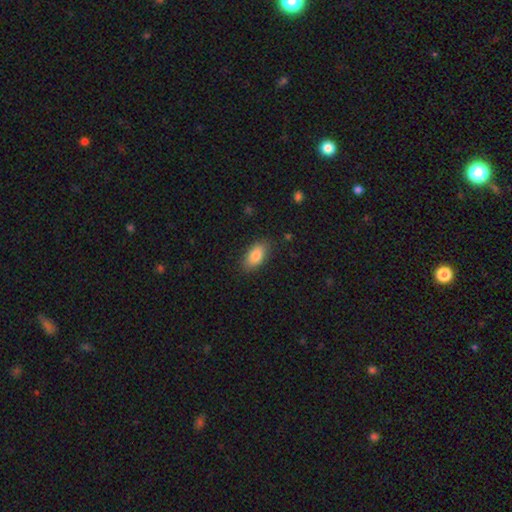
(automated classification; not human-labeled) smooth-or-featured: smooth: 83% | featured or disk: 9% | star or artifact: 7%
  how-rounded: in between: 91% | round: 5% | cigar-shaped: 4%
  merging: none: 85% | minor disturbance: 11% | major disturbance: 3% | merger: 1%